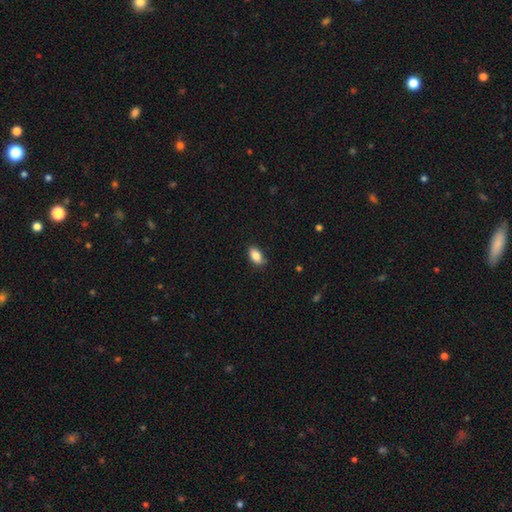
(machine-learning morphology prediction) The model was most divided on "merging": none: 79%, minor disturbance: 17%, major disturbance: 3%, merger: 1%. More confident: how rounded — in between (91%); smooth or featured — smooth (86%).